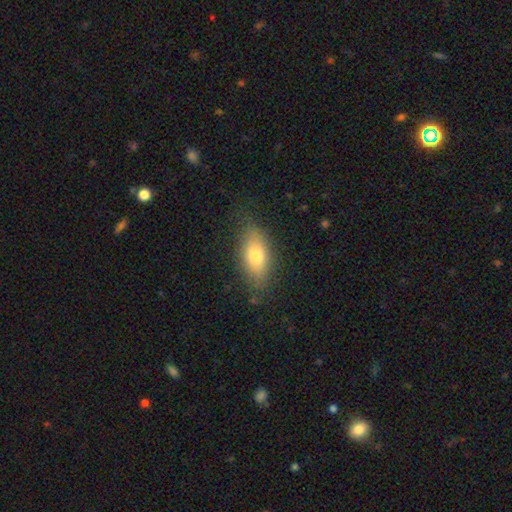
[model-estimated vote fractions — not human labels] Smooth or featured? smooth (74%)
How rounded? in between (81%)
Merging? none (79%)